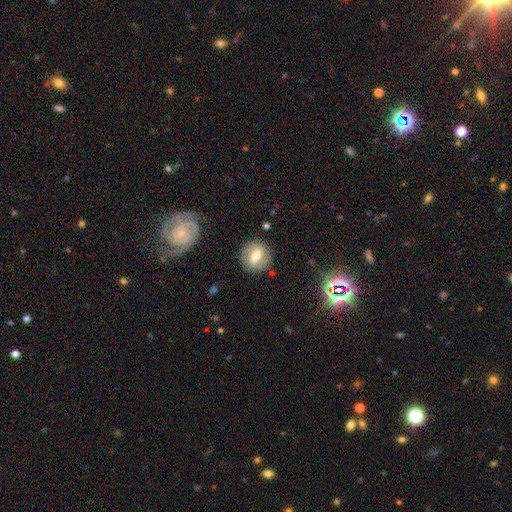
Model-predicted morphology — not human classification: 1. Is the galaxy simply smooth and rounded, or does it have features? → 53% smooth, 39% featured or disk, 8% star or artifact.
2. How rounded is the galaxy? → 75% round, 23% in between, 2% cigar-shaped.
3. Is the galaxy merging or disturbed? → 83% none, 11% minor disturbance, 4% major disturbance, 2% merger.